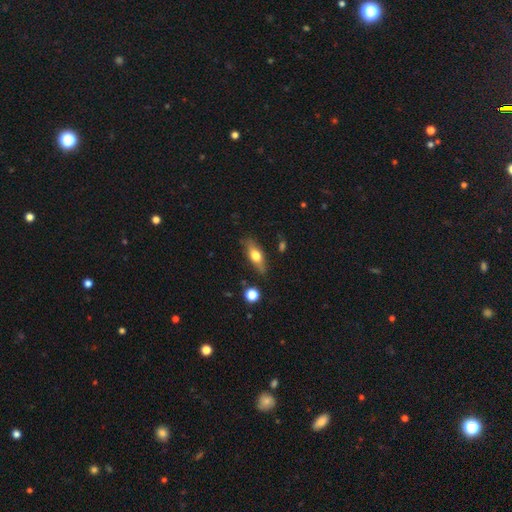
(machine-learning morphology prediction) Q: Smooth or featured?
A: smooth (57%); runner-up: featured or disk (36%)
Q: How rounded?
A: in between (63%); runner-up: cigar-shaped (32%)
Q: Merging?
A: none (79%); runner-up: minor disturbance (15%)